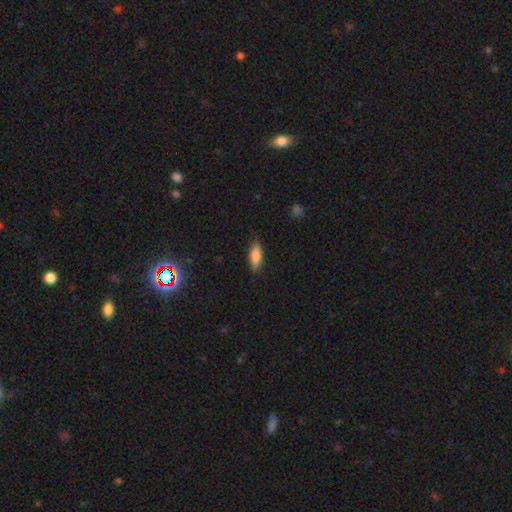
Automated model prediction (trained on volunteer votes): Smooth or featured?
  - smooth: 84% *
  - featured or disk: 9%
  - star or artifact: 7%
How rounded?
  - in between: 69% *
  - cigar-shaped: 29%
  - round: 2%
Merging?
  - none: 85% *
  - minor disturbance: 11%
  - major disturbance: 2%
  - merger: 1%